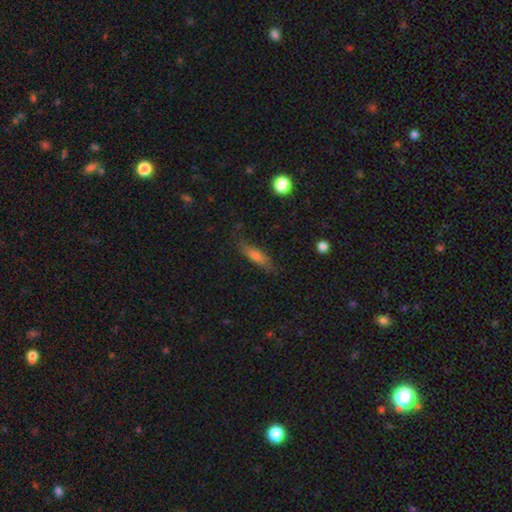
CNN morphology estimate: Smooth or featured: smooth — 64% (featured or disk — 28%)
How rounded: cigar-shaped — 63% (in between — 34%)
Merging: none — 76% (minor disturbance — 18%)